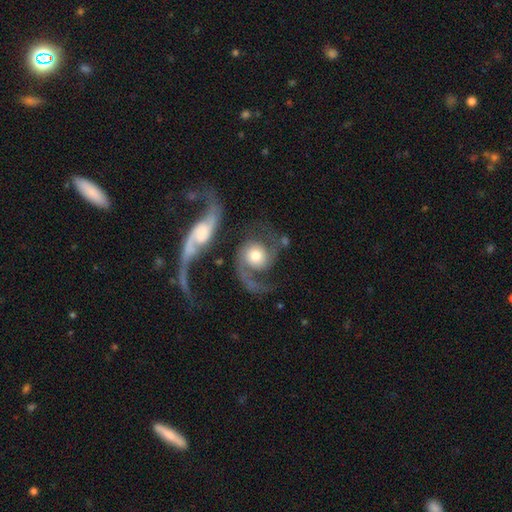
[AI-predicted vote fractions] The model was most divided on "spiral winding": loose: 43%, medium: 42%, tight: 15%. Remaining: edge-on disk — no (97%); spiral arms — yes (94%); smooth or featured — featured or disk (77%); spiral arm count — 2 (76%); bar — no (72%); bulge size — moderate (58%); merging — none (39%).